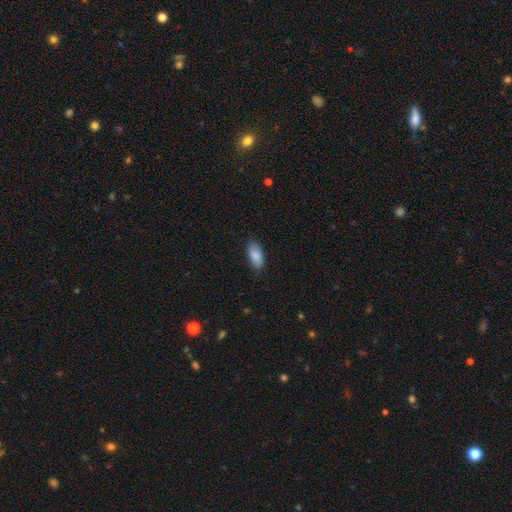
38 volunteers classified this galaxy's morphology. smooth_or_featured: smooth (p=0.87) [alt: featured or disk p=0.08]
how_rounded: in between (p=0.97) [alt: cigar-shaped p=0.03]
merging: none (p=0.83) [alt: minor disturbance p=0.11]